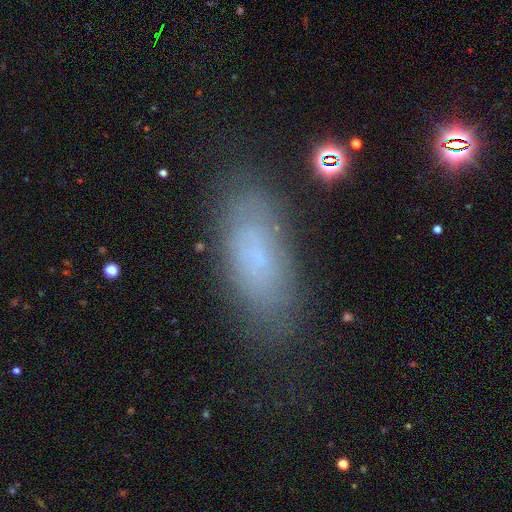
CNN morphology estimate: smooth_or_featured: smooth (p=0.56) [alt: featured or disk p=0.32]
how_rounded: in between (p=0.78) [alt: cigar-shaped p=0.19]
merging: none (p=0.74) [alt: minor disturbance p=0.18]